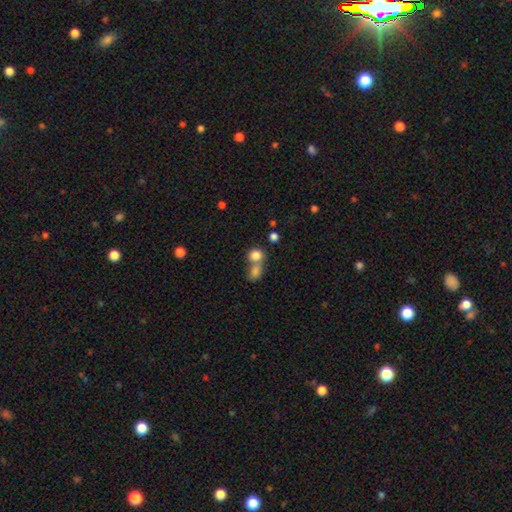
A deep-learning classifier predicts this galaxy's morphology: Smooth or featured?
  - smooth: 81% *
  - star or artifact: 11%
  - featured or disk: 8%
How rounded?
  - round: 73% *
  - in between: 25%
  - cigar-shaped: 1%
Merging?
  - merger: 51% *
  - none: 39%
  - minor disturbance: 7%
  - major disturbance: 4%